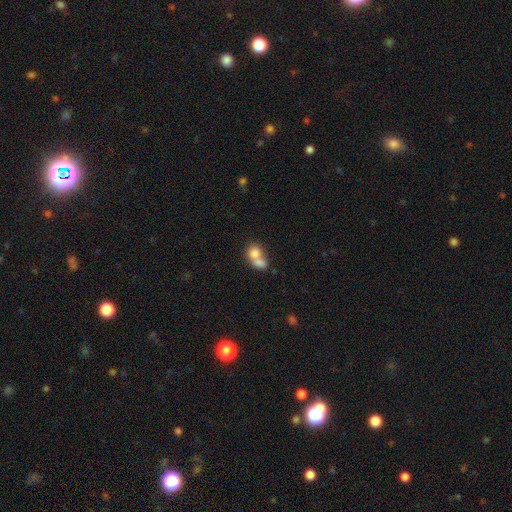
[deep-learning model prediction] Smooth or featured? Predicted: smooth (p=0.75). How rounded? Predicted: round (p=0.55). Merging? Predicted: merger (p=0.70).